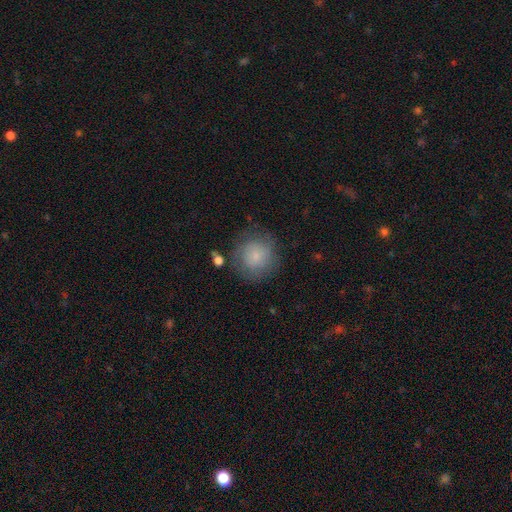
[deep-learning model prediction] A smooth galaxy with no disk features (74%) that is round (92%). Merging: none (72%).